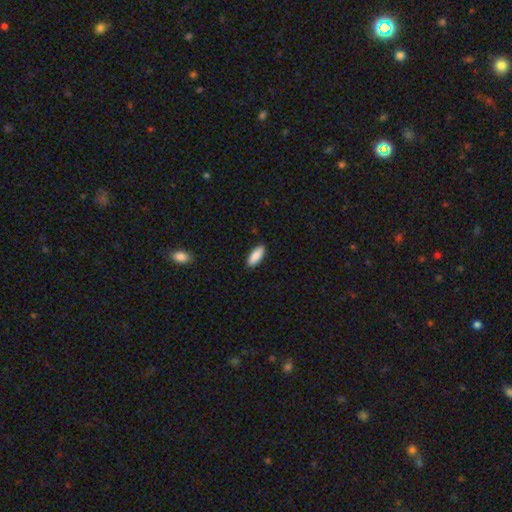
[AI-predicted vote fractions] The model was most divided on "how rounded": in between: 69%, cigar-shaped: 29%, round: 2%. More confident: merging — none (89%); smooth or featured — smooth (87%).